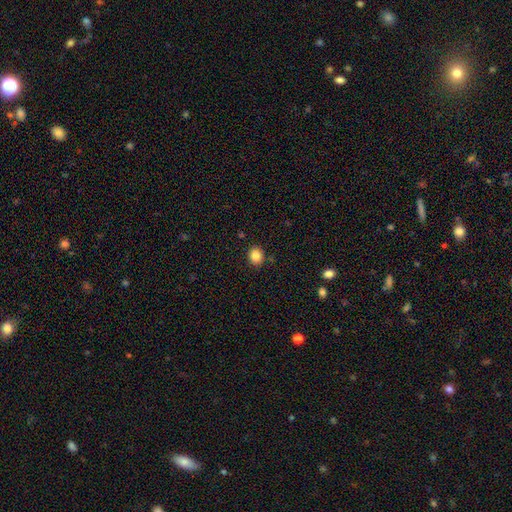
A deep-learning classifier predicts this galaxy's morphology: Overall: smooth (85%). How rounded: round (60%; in between 39%). Merging: none (87%).